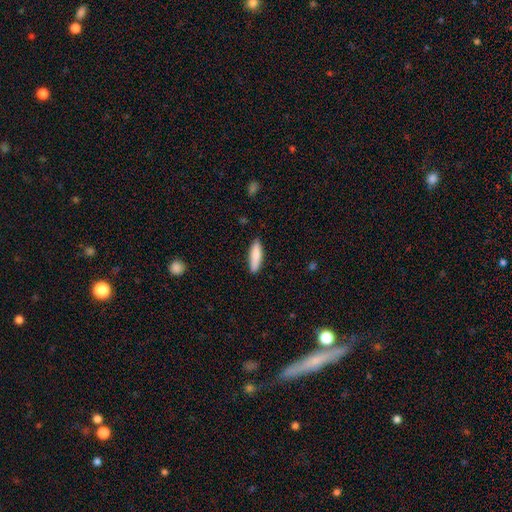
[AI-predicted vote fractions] Smooth or featured?
  - smooth: 83% *
  - featured or disk: 12%
  - star or artifact: 6%
How rounded?
  - cigar-shaped: 65% *
  - in between: 33%
  - round: 2%
Merging?
  - none: 86% *
  - minor disturbance: 11%
  - major disturbance: 2%
  - merger: 1%